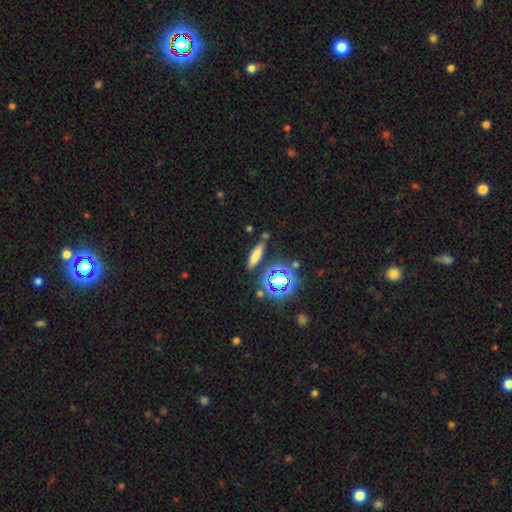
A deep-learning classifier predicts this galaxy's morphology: Smooth or featured?
  - smooth: 67% *
  - star or artifact: 20%
  - featured or disk: 12%
How rounded?
  - cigar-shaped: 62% *
  - in between: 31%
  - round: 7%
Merging?
  - none: 79% *
  - minor disturbance: 11%
  - merger: 6%
  - major disturbance: 4%